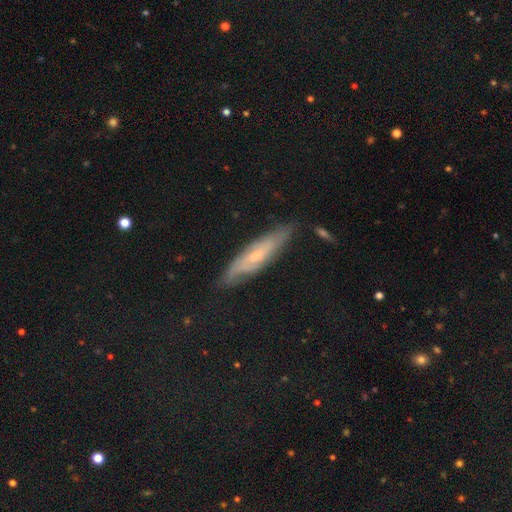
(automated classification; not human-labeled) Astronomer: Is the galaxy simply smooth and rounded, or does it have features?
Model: featured or disk — 60%.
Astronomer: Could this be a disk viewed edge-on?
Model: yes — 51% (runner-up: no, 49%).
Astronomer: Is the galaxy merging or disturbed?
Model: none — 77%.